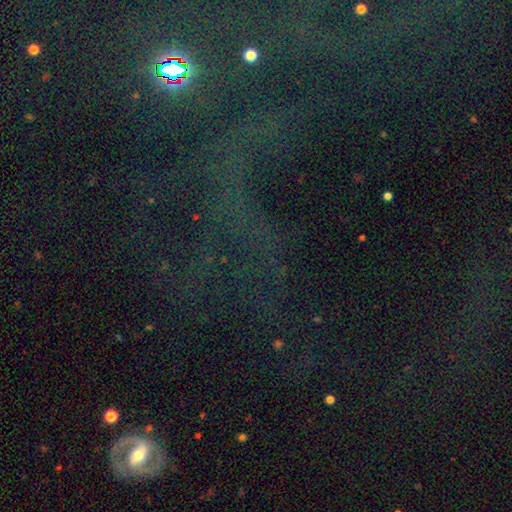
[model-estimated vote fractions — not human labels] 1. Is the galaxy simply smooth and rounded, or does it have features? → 73% star or artifact, 15% featured or disk, 12% smooth.